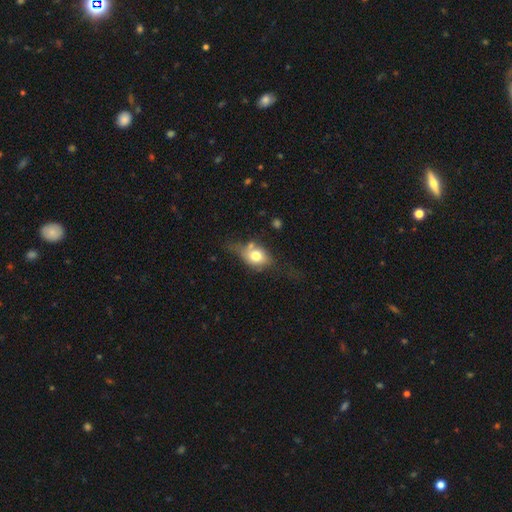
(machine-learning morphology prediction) Smooth or featured? Predicted: smooth (p=0.65). How rounded? Predicted: in between (p=0.60). Merging? Predicted: none (p=0.44).